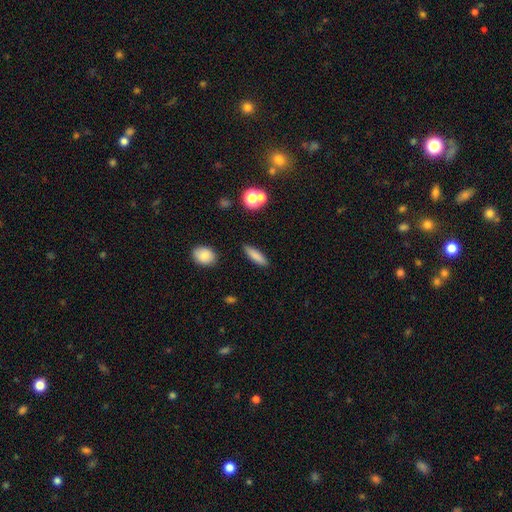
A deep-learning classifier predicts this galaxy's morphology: Smooth or featured? Predicted: smooth (p=0.81). How rounded? Predicted: cigar-shaped (p=0.66). Merging? Predicted: none (p=0.88).